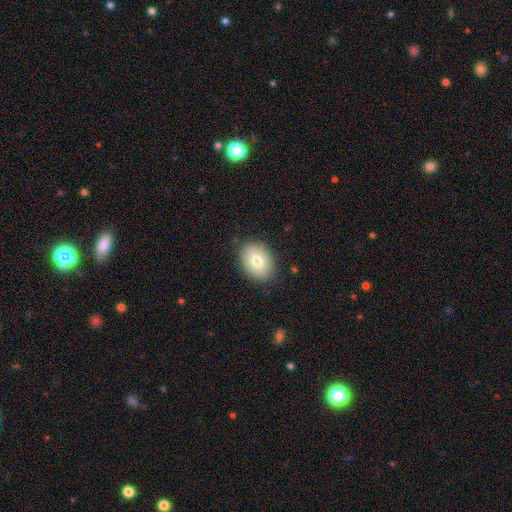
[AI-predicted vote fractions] The model was most divided on "how rounded": in between: 70%, round: 29%, cigar-shaped: 1%. More confident: merging — none (86%); smooth or featured — smooth (73%).